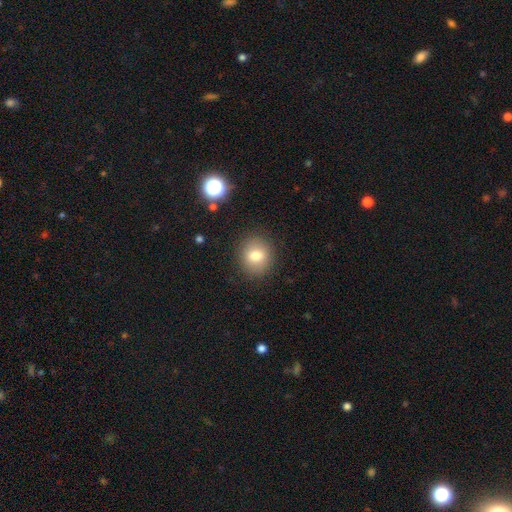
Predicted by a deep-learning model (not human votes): A smooth galaxy with no disk features (77%) that is round (79%). Merging: none (87%).